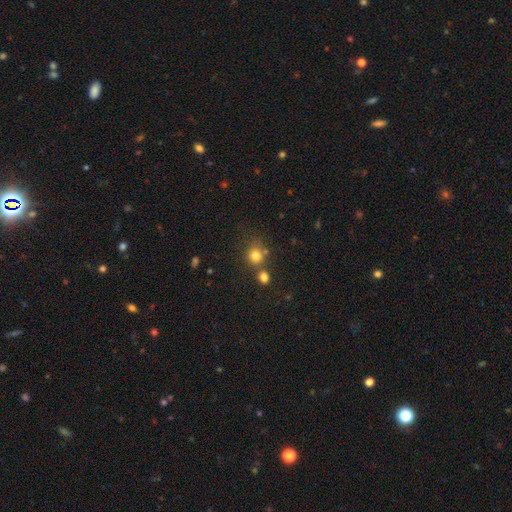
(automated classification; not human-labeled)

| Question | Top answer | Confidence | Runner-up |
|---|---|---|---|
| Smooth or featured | smooth | 79% | star or artifact (14%) |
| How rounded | round | 85% | in between (14%) |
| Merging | none | 63% | merger (21%) |